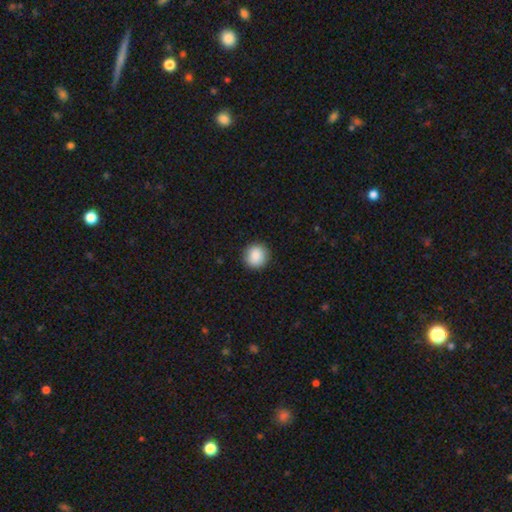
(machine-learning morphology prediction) Smooth or featured: smooth — 88% (star or artifact — 8%)
How rounded: round — 93% (in between — 6%)
Merging: none — 90% (minor disturbance — 7%)